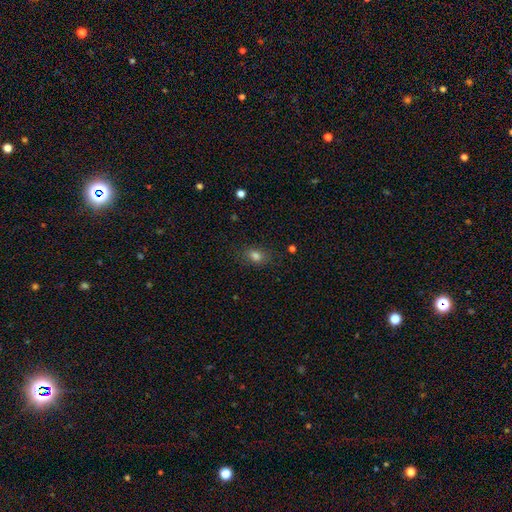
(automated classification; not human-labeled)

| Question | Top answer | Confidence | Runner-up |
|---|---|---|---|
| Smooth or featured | smooth | 81% | star or artifact (12%) |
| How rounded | in between | 68% | round (30%) |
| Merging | none | 82% | minor disturbance (13%) |